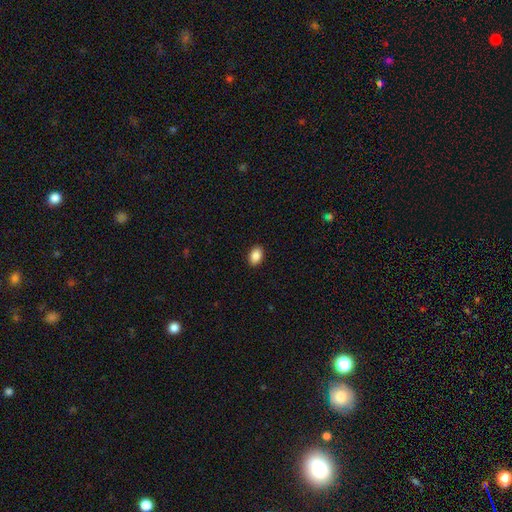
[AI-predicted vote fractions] Smooth or featured: smooth — 88% (star or artifact — 8%)
How rounded: in between — 85% (round — 14%)
Merging: none — 91% (minor disturbance — 6%)